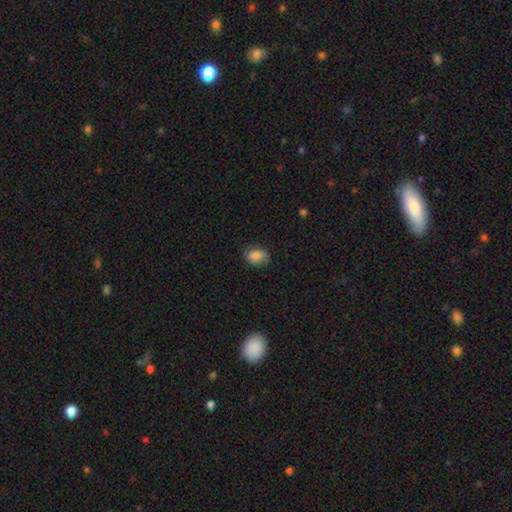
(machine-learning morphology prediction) Q: Smooth or featured?
A: smooth (87%); runner-up: star or artifact (9%)
Q: How rounded?
A: in between (75%); runner-up: round (23%)
Q: Merging?
A: none (79%); runner-up: minor disturbance (17%)